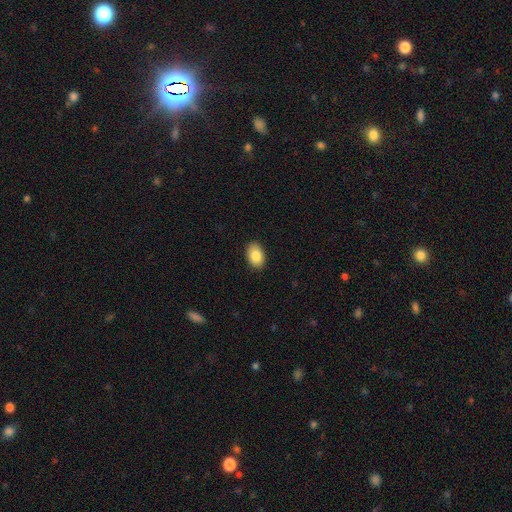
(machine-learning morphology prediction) This is clearly a smooth galaxy (85%). How rounded: clearly in between (89%). Merging: clearly none (90%).